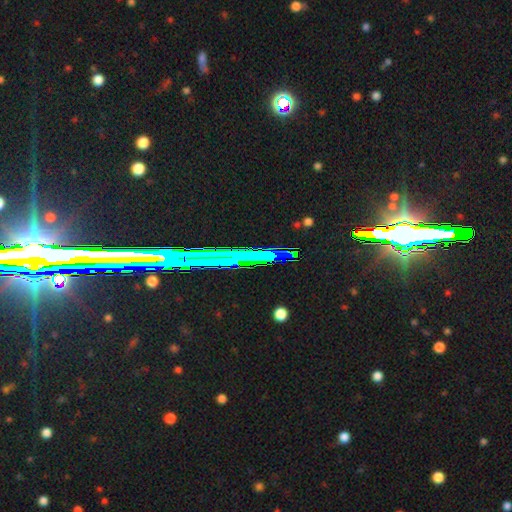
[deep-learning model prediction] This is possibly a star or artifact rather than a galaxy (59%).